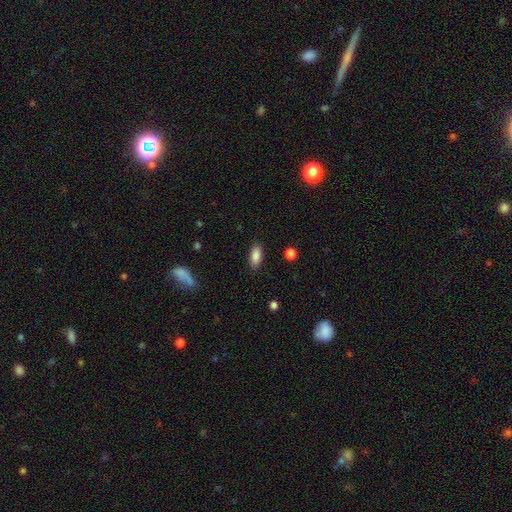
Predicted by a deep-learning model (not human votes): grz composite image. It shows a smooth galaxy with no disk features (87%) that is in between round and cigar-shaped (85%). Merging: none (87%).